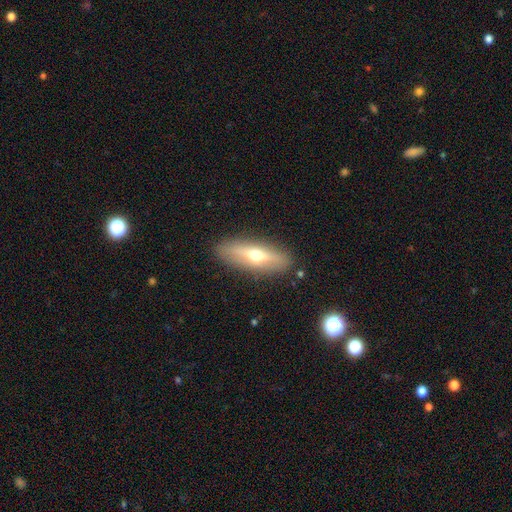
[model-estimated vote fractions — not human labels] Smooth or featured: featured or disk — 49% (smooth — 44%)
Merging: none — 86% (minor disturbance — 9%)